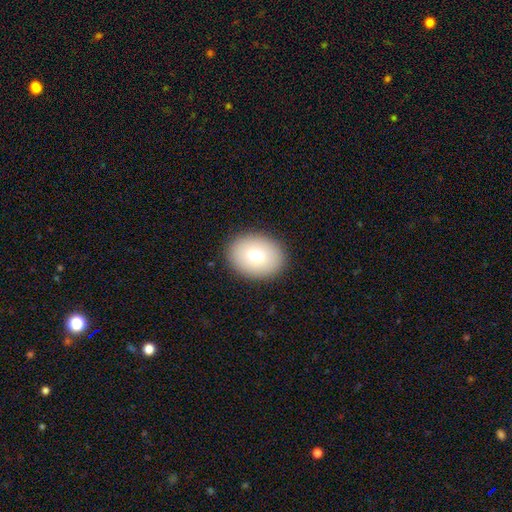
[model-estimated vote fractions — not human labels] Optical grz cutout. It shows a smooth galaxy with no disk features (74%) that is in between round and cigar-shaped (55%). Merging: none (90%).